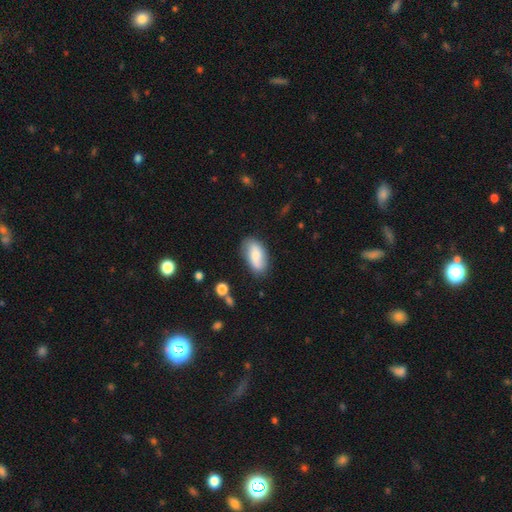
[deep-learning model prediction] This is likely a smooth galaxy (73%). How rounded: clearly in between (91%). Merging: likely none (75%).